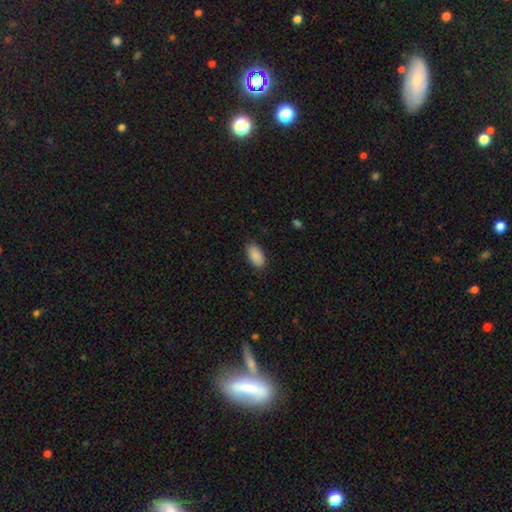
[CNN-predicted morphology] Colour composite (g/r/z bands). It shows a smooth galaxy with no disk features (90%) that is in between round and cigar-shaped (94%). Merging: none (83%).